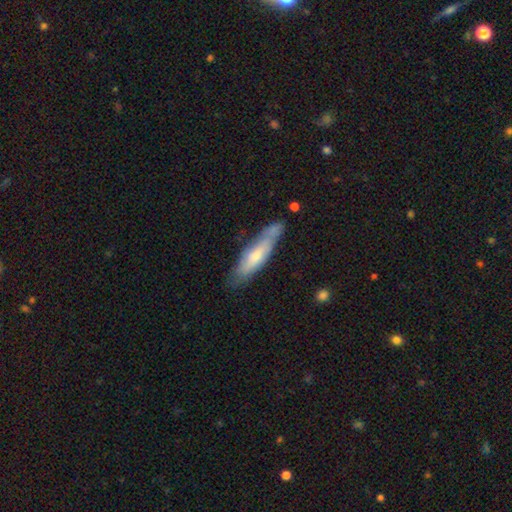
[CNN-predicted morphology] smooth_or_featured: smooth (p=0.54) [alt: featured or disk p=0.40]
how_rounded: cigar-shaped (p=0.71) [alt: in between p=0.28]
merging: none (p=0.66) [alt: minor disturbance p=0.24]